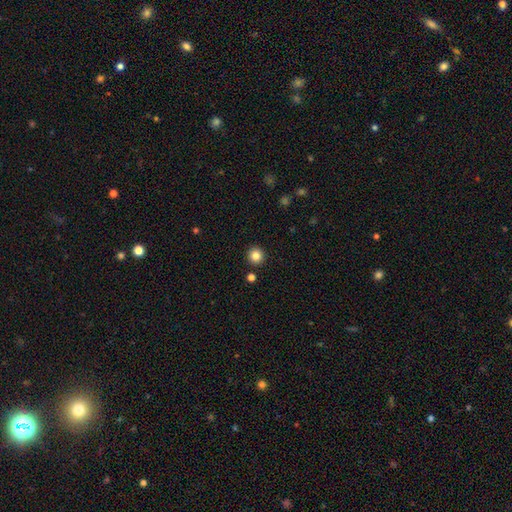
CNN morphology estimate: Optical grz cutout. It shows a smooth galaxy with no disk features (83%) that is round (94%). Merging: none (92%).